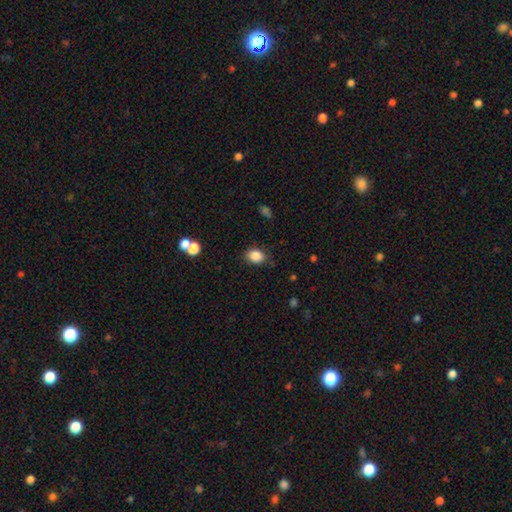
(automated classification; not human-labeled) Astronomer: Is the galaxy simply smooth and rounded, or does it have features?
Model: smooth — 86%.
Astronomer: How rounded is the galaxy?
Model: in between — 61% (runner-up: round, 37%).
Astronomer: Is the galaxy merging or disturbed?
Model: none — 81%.